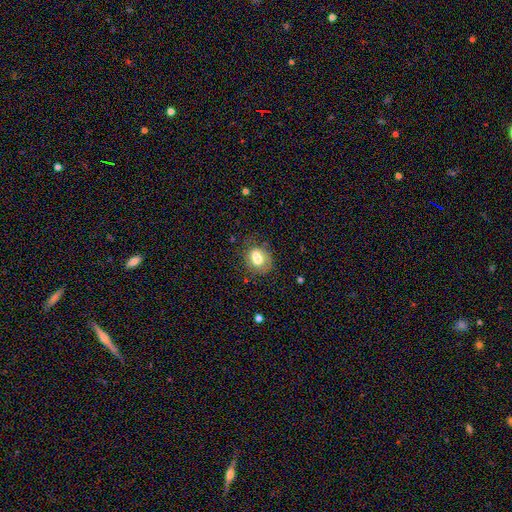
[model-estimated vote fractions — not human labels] Smooth or featured?
  - smooth: 75% *
  - featured or disk: 16%
  - star or artifact: 9%
How rounded?
  - in between: 57% *
  - round: 42%
  - cigar-shaped: 1%
Merging?
  - none: 61% *
  - minor disturbance: 25%
  - major disturbance: 11%
  - merger: 3%